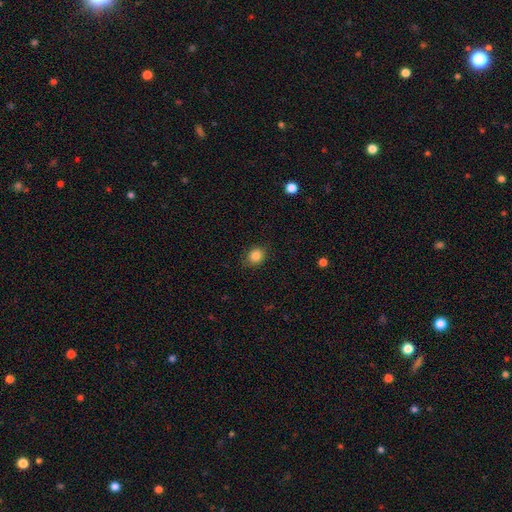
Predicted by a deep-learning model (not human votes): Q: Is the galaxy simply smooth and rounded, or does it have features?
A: smooth — 85%.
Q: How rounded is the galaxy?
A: round — 72%.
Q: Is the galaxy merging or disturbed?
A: none — 85%.